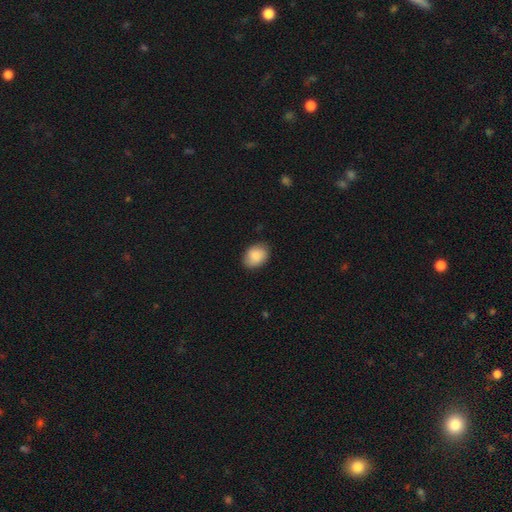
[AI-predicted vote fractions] smooth_or_featured: smooth (p=0.87) [alt: star or artifact p=0.06]
how_rounded: in between (p=0.70) [alt: round p=0.29]
merging: none (p=0.84) [alt: minor disturbance p=0.12]